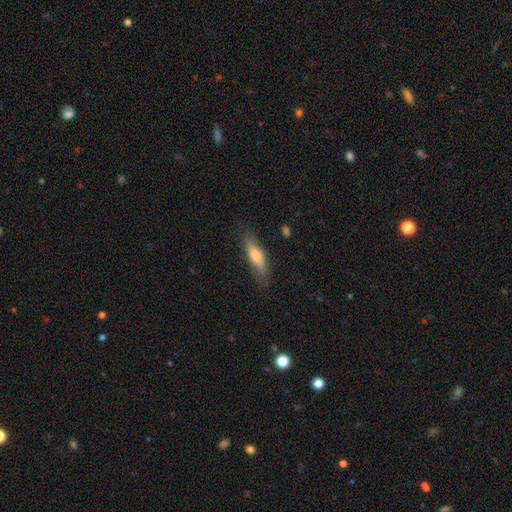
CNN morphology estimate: Q: Smooth or featured?
A: smooth (79%); runner-up: featured or disk (15%)
Q: How rounded?
A: cigar-shaped (56%); runner-up: in between (42%)
Q: Merging?
A: none (74%); runner-up: minor disturbance (19%)